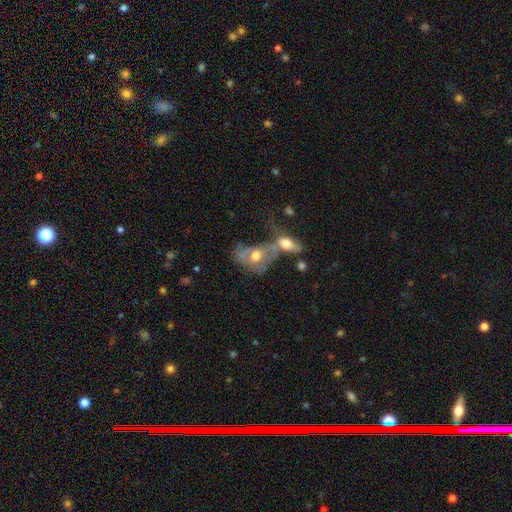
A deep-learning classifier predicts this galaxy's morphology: A featured or disk galaxy (48%). Merging: merger (59%).